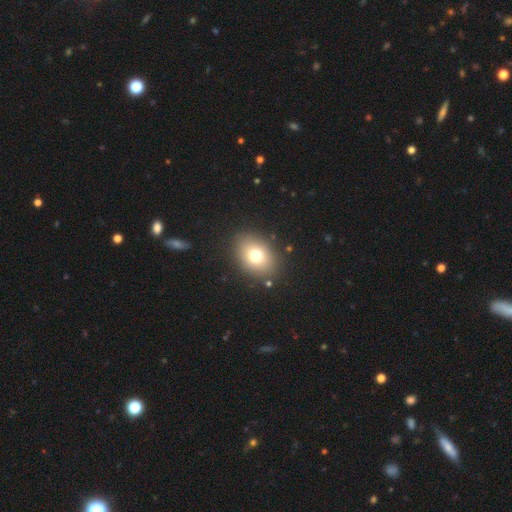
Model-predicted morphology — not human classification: A smooth galaxy with no disk features (75%) that is in between round and cigar-shaped (65%). Merging: none (87%).